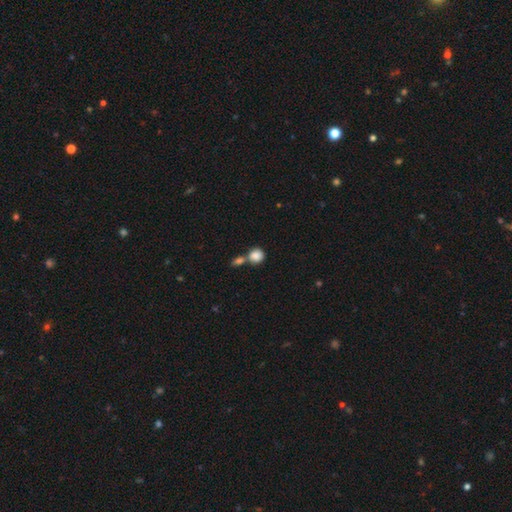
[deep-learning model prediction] Smooth or featured? smooth (86%)
How rounded? round (83%)
Merging? merger (45%)